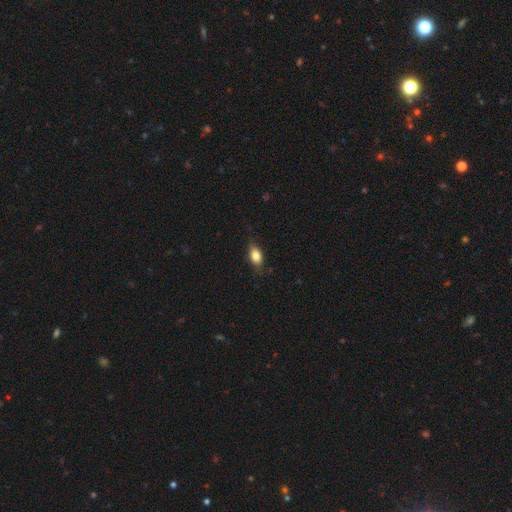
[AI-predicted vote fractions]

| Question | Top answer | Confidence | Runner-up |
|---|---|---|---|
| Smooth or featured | smooth | 81% | featured or disk (11%) |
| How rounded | in between | 83% | round (10%) |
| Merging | none | 79% | minor disturbance (17%) |